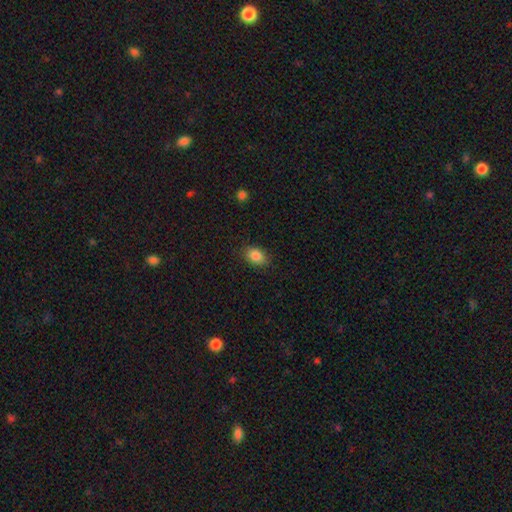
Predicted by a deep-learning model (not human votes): smooth_or_featured: smooth (p=0.86) [alt: star or artifact p=0.09]
how_rounded: in between (p=0.84) [alt: round p=0.14]
merging: none (p=0.86) [alt: minor disturbance p=0.10]